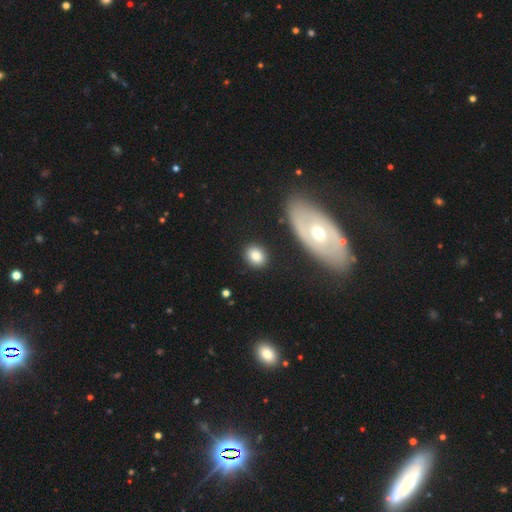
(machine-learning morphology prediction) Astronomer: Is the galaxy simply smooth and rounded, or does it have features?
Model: smooth — 83%.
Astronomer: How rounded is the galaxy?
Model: round — 63%.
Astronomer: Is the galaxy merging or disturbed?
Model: none — 87%.